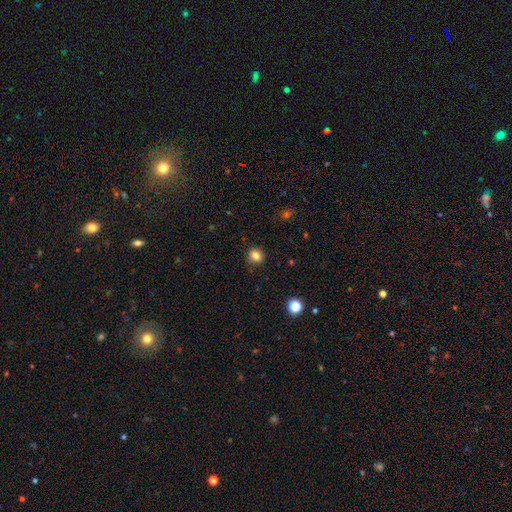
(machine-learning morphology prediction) type=smooth (83%); roundness=round (84%); merging=none (88%).